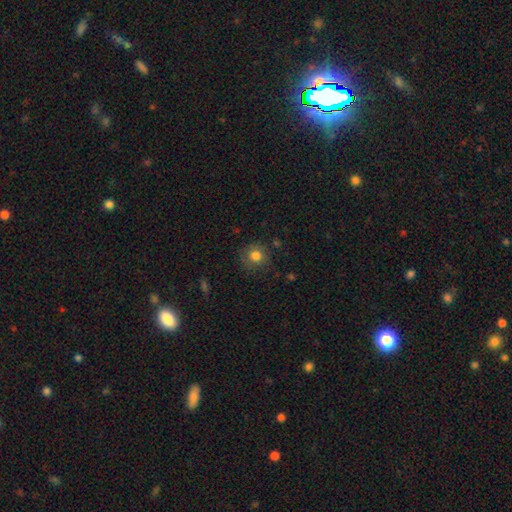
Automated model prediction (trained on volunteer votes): Morphology: type=smooth (80%); roundness=round (88%); merging=none (78%).